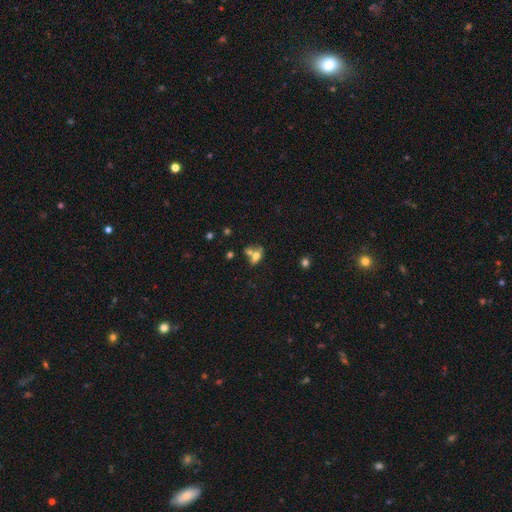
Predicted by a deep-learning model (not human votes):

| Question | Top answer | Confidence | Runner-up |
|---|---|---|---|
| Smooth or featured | smooth | 56% | featured or disk (32%) |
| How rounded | in between | 71% | round (18%) |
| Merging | merger | 46% | none (37%) |